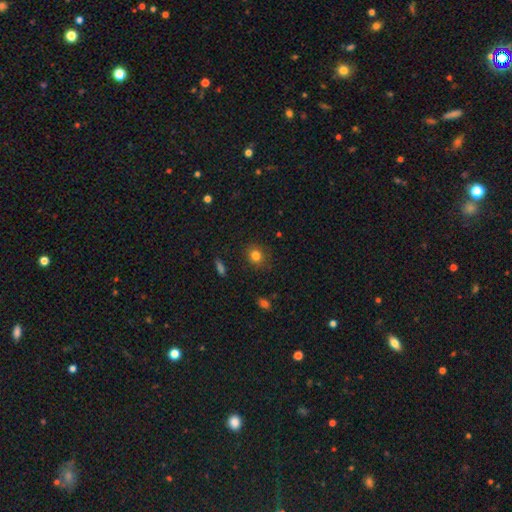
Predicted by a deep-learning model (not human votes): Morphology: type=smooth (82%); roundness=round (73%); merging=none (83%).